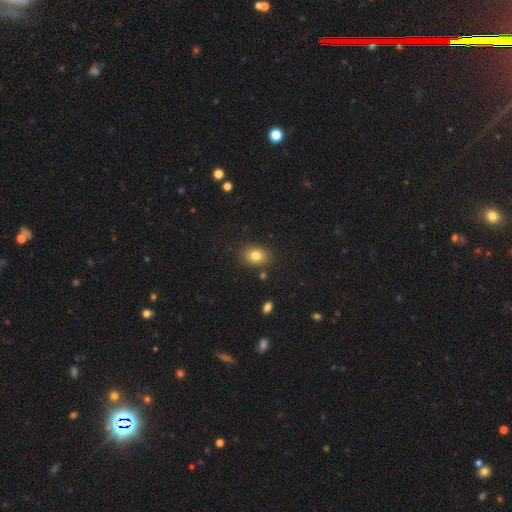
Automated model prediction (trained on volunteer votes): A smooth galaxy with no disk features (81%) that is in between round and cigar-shaped (61%).

Vote fractions:
- Smooth or featured? smooth: 81% / star or artifact: 11% / featured or disk: 9%
- How rounded? in between: 61% / round: 38% / cigar-shaped: 1%
- Merging? none: 85% / minor disturbance: 9% / merger: 3% / major disturbance: 3%